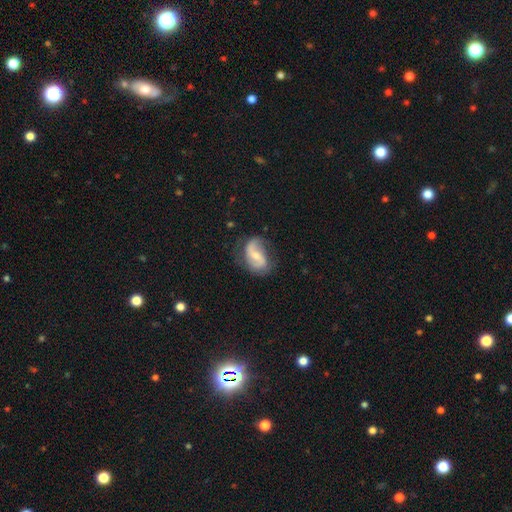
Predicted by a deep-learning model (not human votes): featured or disk 74%, smooth 20%, star or artifact 6%. Down the decision tree: edge-on disk — no (97%); bar — weak (44%); spiral arms — yes (91%); spiral arm count — 2 (82%); spiral winding — loose (51%); bulge size — small (50%); merging — none (61%).